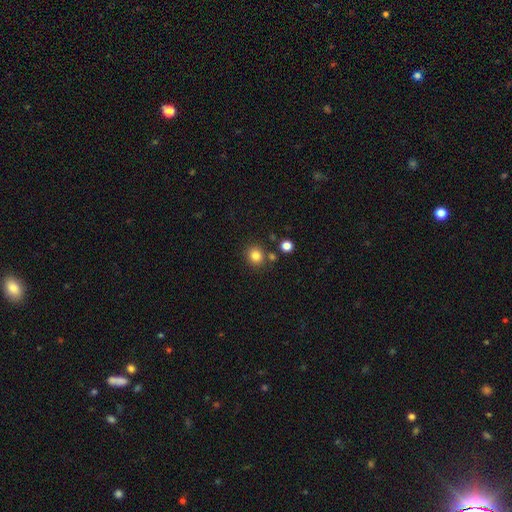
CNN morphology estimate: This appears to be a smooth galaxy with no disk features (83%) that is round (84%). Merging: none (80%).